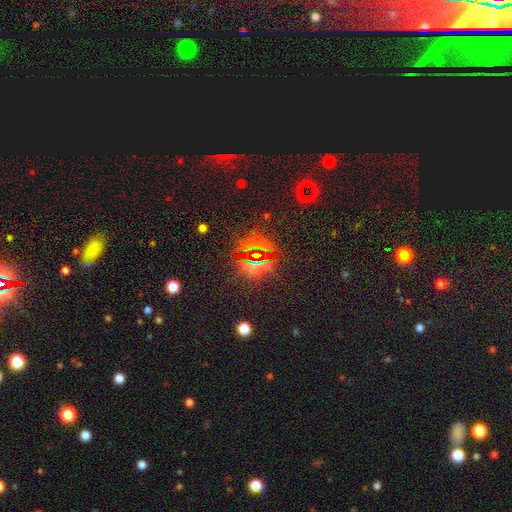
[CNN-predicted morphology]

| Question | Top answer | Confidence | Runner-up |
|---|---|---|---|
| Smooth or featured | star or artifact | 79% | smooth (12%) |